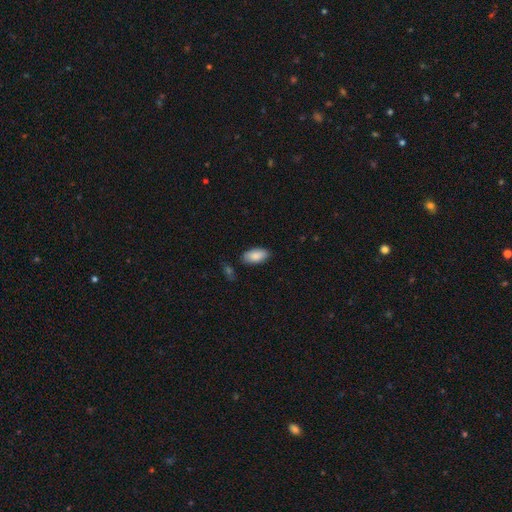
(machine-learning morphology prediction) Smooth or featured?
  - smooth: 88% *
  - star or artifact: 6%
  - featured or disk: 6%
How rounded?
  - in between: 93% *
  - cigar-shaped: 5%
  - round: 2%
Merging?
  - none: 82% *
  - minor disturbance: 13%
  - major disturbance: 3%
  - merger: 2%